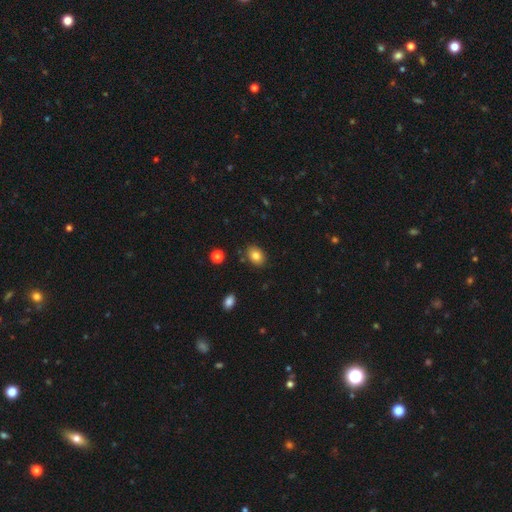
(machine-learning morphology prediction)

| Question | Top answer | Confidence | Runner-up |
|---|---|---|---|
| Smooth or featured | smooth | 83% | star or artifact (9%) |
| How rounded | in between | 73% | round (26%) |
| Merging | none | 85% | minor disturbance (10%) |